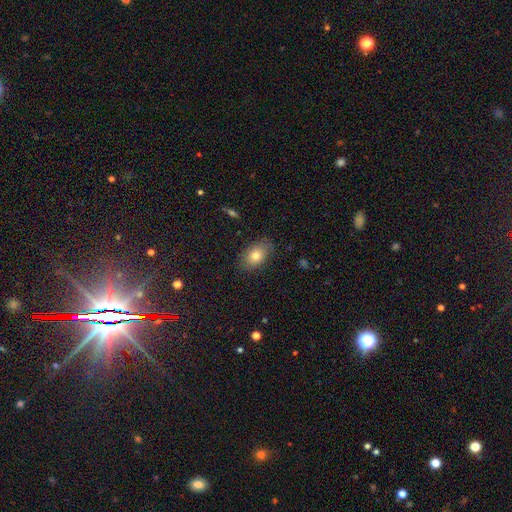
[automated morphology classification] smooth-or-featured: smooth: 77% | featured or disk: 13% | star or artifact: 10%
  how-rounded: in between: 83% | round: 15% | cigar-shaped: 2%
  merging: none: 80% | minor disturbance: 16% | major disturbance: 3% | merger: 1%